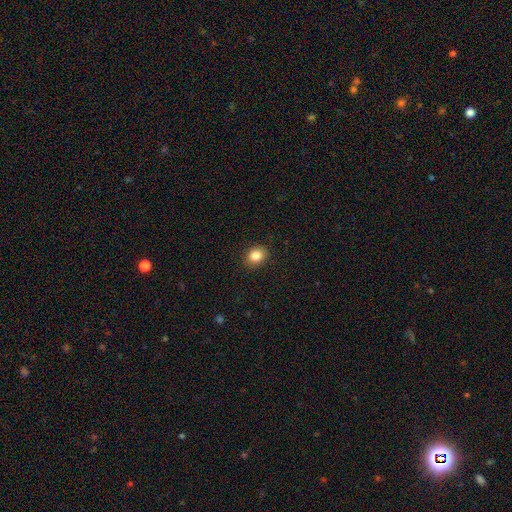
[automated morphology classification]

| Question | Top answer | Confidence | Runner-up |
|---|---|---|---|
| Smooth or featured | smooth | 85% | star or artifact (10%) |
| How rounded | round | 60% | in between (39%) |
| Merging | none | 89% | minor disturbance (8%) |